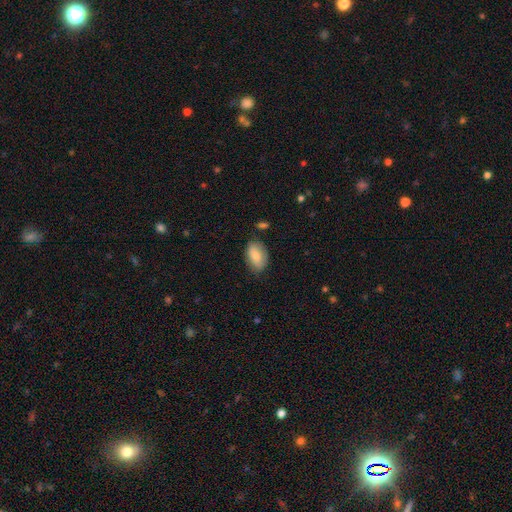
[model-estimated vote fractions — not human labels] This appears to be a smooth galaxy with no disk features (77%) that is in between round and cigar-shaped (91%). Merging: none (74%).